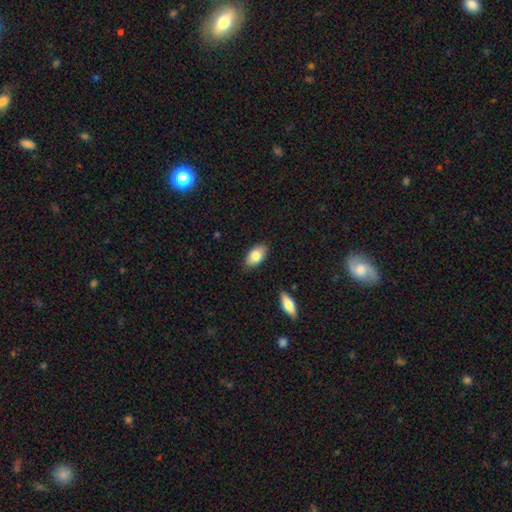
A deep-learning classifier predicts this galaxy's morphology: smooth 82%, featured or disk 12%, star or artifact 7%. Down the decision tree: how rounded — in between (93%); merging — none (85%).